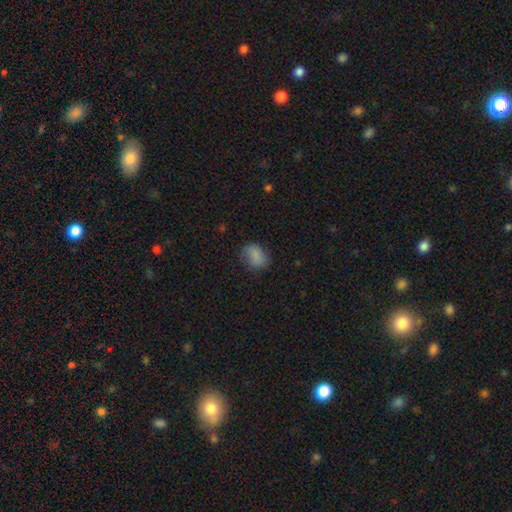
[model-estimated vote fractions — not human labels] Morphology: type=smooth (81%); roundness=in between (56%); merging=none (72%).